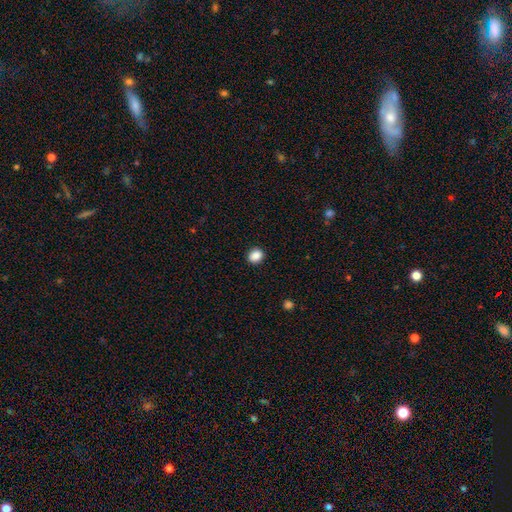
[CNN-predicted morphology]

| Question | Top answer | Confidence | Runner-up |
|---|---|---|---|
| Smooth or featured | smooth | 88% | star or artifact (9%) |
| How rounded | round | 64% | in between (35%) |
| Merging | none | 91% | minor disturbance (6%) |